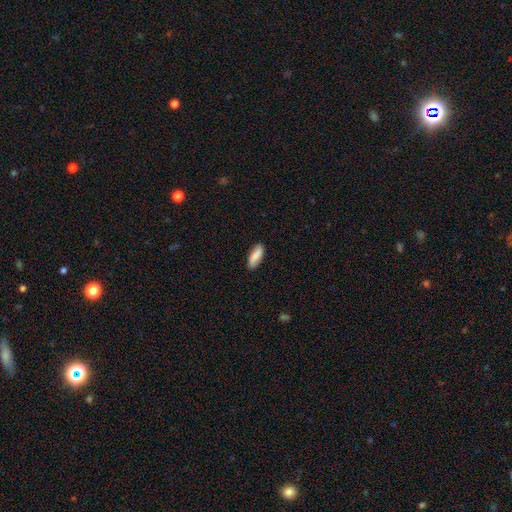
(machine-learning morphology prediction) smooth 83%, featured or disk 11%, star or artifact 6%. Down the decision tree: how rounded — in between (65%); merging — none (86%).